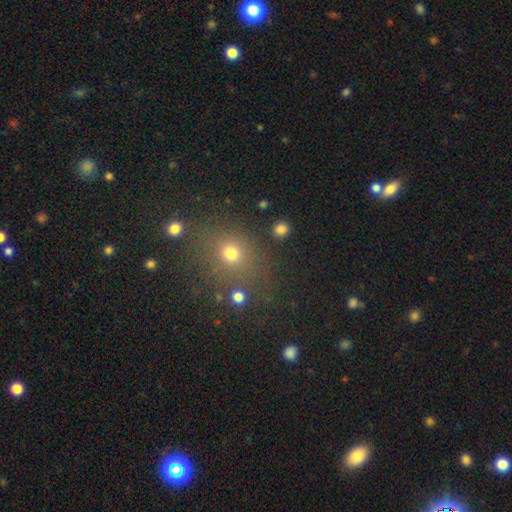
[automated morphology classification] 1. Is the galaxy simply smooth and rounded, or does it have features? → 58% smooth, 34% star or artifact, 9% featured or disk.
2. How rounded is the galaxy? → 74% round, 25% in between, 1% cigar-shaped.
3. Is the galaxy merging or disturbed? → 82% none, 10% minor disturbance, 5% merger, 4% major disturbance.